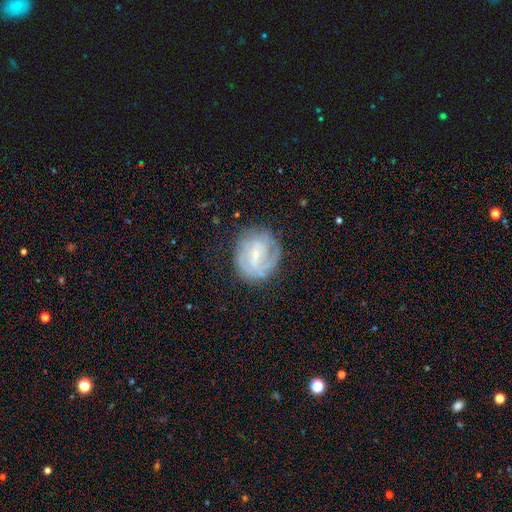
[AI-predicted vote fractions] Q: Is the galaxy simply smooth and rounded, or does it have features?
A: featured or disk — 68%.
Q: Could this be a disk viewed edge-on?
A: no — 97%.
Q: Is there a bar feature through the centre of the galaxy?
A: weak — 54%.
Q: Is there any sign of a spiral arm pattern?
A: yes — 79%.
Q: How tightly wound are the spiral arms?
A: tight — 56%.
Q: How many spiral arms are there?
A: can't tell — 44%.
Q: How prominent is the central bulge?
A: small — 60%.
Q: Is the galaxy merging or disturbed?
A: none — 69%.